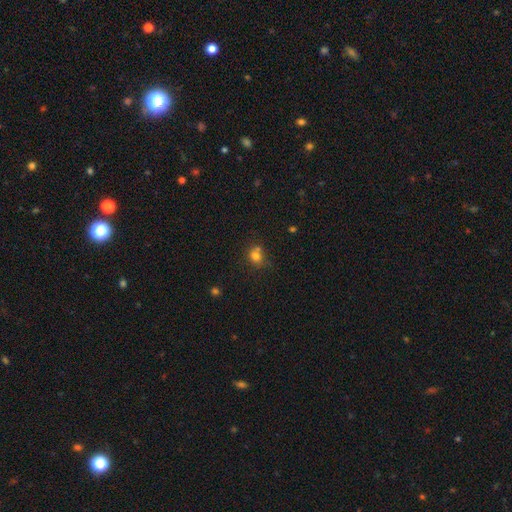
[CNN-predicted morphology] smooth_or_featured: smooth (p=0.75) [alt: star or artifact p=0.14]
how_rounded: round (p=0.70) [alt: in between p=0.29]
merging: none (p=0.49) [alt: merger p=0.30]